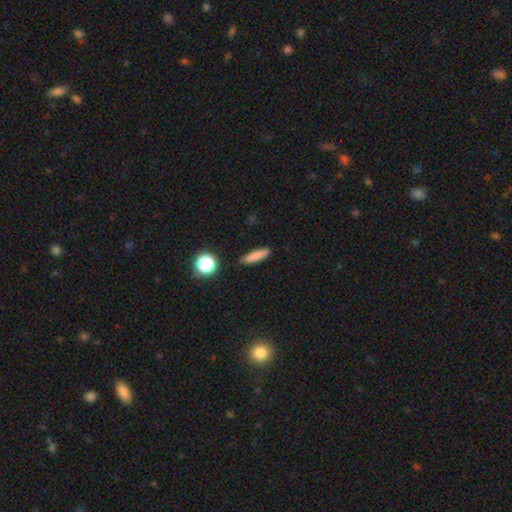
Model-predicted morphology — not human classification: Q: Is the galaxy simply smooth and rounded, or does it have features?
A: smooth — 81%.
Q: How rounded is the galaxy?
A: cigar-shaped — 75%.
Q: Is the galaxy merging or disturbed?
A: none — 87%.